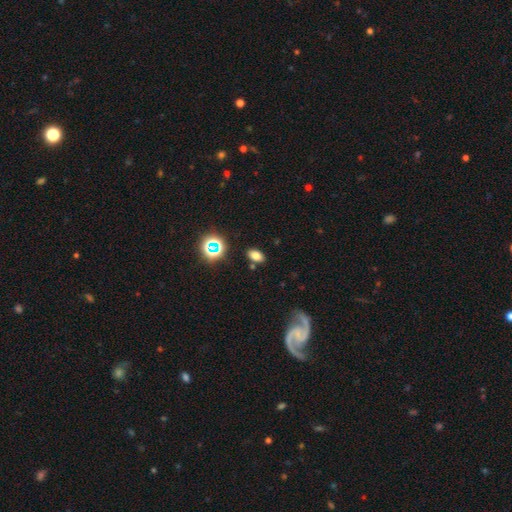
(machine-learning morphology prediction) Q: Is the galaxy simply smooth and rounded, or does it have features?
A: smooth — 73%.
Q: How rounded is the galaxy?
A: in between — 86%.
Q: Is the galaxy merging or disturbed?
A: none — 83%.